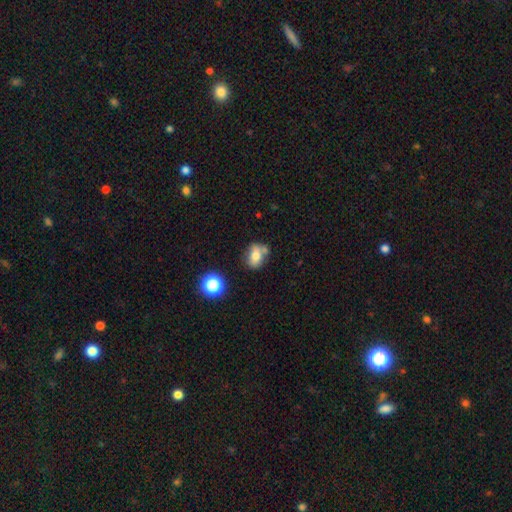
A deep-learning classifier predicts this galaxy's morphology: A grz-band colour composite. It shows a smooth galaxy with no disk features (70%) that is in between round and cigar-shaped (62%). Merging: none (55%).